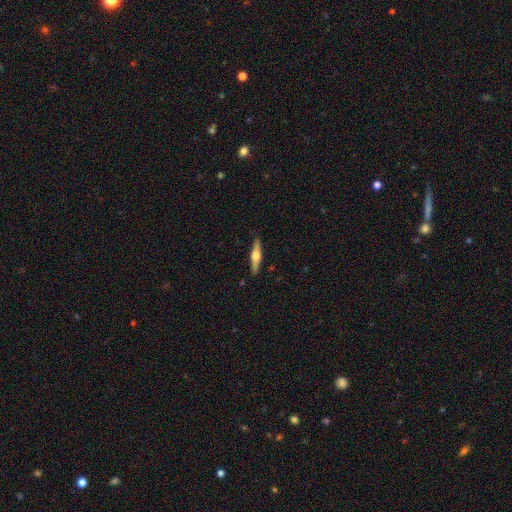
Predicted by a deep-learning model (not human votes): A featured or disk galaxy (62%) viewed edge-on (96%) with a rounded central bulge (92%). Merging: none (90%).